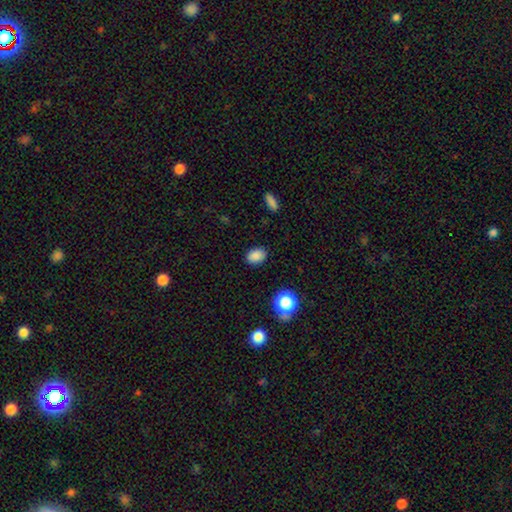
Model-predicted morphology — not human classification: Smooth or featured: smooth — 85% (star or artifact — 11%)
How rounded: in between — 77% (round — 22%)
Merging: none — 86% (minor disturbance — 10%)